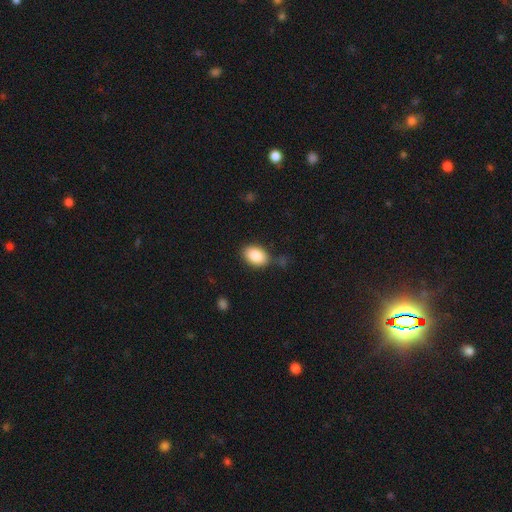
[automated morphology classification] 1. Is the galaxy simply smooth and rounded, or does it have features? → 88% smooth, 7% star or artifact, 5% featured or disk.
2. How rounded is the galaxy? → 86% in between, 13% round, 1% cigar-shaped.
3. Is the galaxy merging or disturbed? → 75% none, 16% minor disturbance, 5% major disturbance, 5% merger.